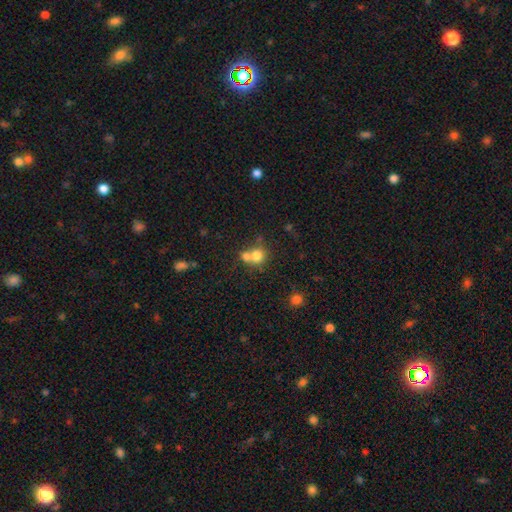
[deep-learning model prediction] smooth 75%, featured or disk 13%, star or artifact 12%. Down the decision tree: how rounded — round (83%); merging — merger (54%).